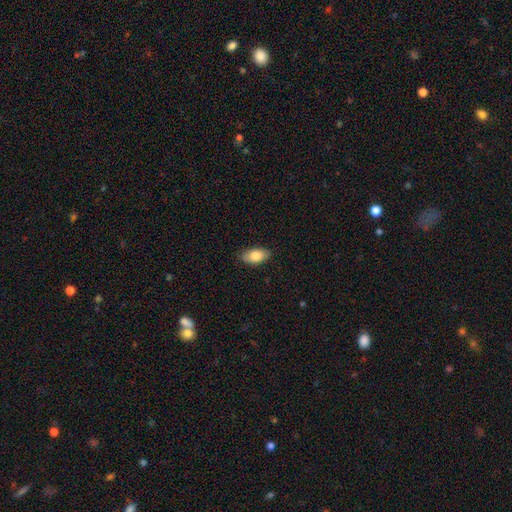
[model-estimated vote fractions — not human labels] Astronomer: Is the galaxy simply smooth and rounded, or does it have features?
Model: smooth — 82%.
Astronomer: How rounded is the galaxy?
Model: in between — 93%.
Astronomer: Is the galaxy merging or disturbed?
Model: none — 87%.